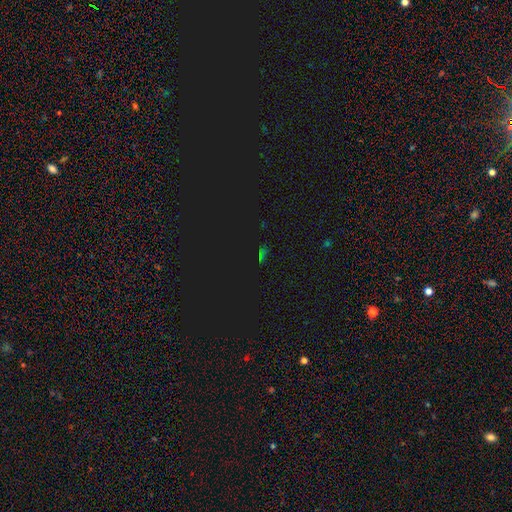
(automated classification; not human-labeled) Smooth or featured?
  - star or artifact: 72% *
  - smooth: 21%
  - featured or disk: 7%